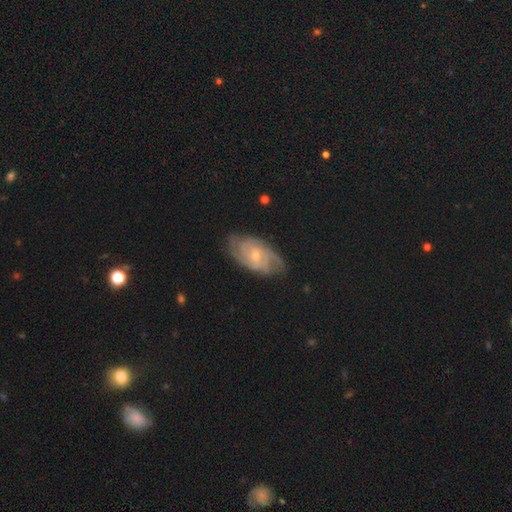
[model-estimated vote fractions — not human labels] smooth-or-featured: featured or disk: 85% | smooth: 9% | star or artifact: 5%
  disk-edge-on: no: 96% | yes: 4%
    bar: no: 64% | weak: 30% | strong: 6%
    has-spiral-arms: yes: 96% | no: 4%
      spiral-winding: tight: 64% | medium: 30% | loose: 6%
      spiral-arm-count: can't tell: 25% | 3: 24% | 2: 23% | 4: 16% | more than 4: 6% | 1: 5%
    bulge-size: small: 65% | moderate: 32% | none: 1% | large: 1% | dominant: 1%
  merging: none: 77% | minor disturbance: 17% | major disturbance: 4% | merger: 1%